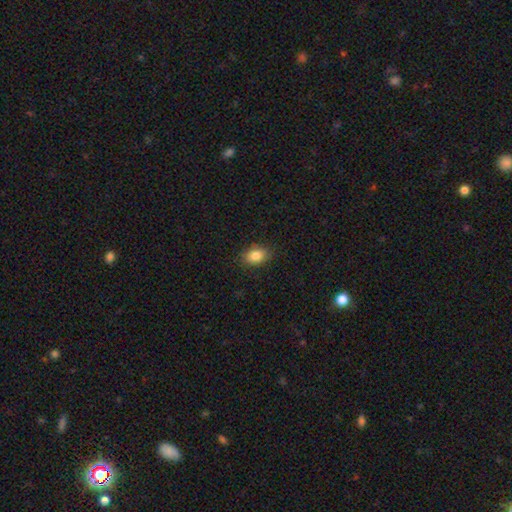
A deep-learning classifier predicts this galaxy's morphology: Smooth or featured? Predicted: smooth (p=0.85). How rounded? Predicted: in between (p=0.81). Merging? Predicted: none (p=0.86).